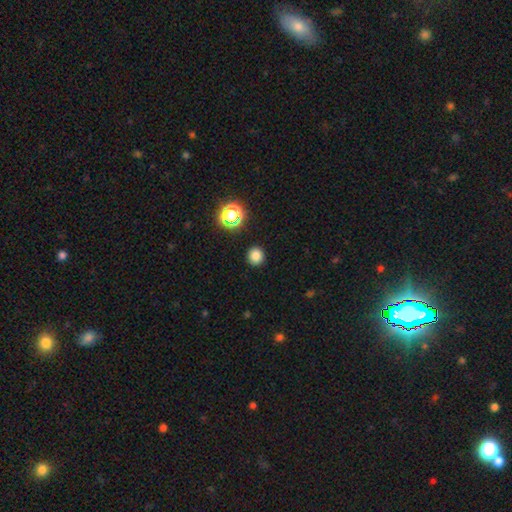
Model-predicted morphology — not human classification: This appears to be a smooth galaxy with no disk features (80%) that is round (89%). Merging: none (91%).